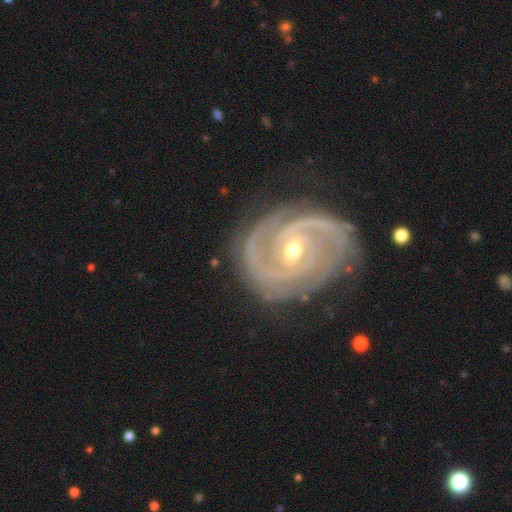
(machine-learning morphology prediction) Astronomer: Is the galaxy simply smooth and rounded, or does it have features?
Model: featured or disk — 92%.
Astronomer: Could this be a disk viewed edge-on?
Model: no — 97%.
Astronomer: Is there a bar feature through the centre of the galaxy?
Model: weak — 42% (runner-up: no, 37%).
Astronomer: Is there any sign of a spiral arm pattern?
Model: yes — 98%.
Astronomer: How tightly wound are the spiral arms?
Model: tight — 62%.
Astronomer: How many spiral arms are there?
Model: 2 — 56%.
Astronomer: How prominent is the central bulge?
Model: small — 49% (runner-up: moderate, 48%).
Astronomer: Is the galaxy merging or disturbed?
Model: none — 75%.